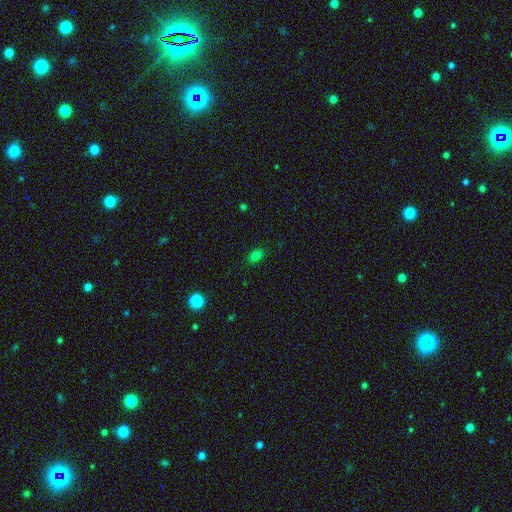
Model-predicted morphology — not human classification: Smooth or featured: smooth — 78% (star or artifact — 15%)
How rounded: in between — 76% (round — 22%)
Merging: none — 86% (minor disturbance — 10%)